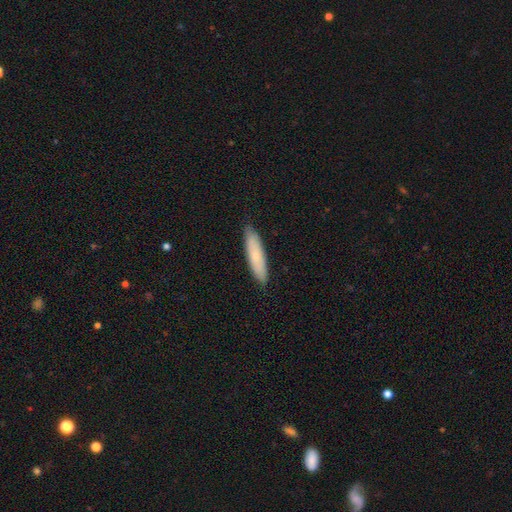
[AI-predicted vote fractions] Smooth or featured?
  - smooth: 73% *
  - featured or disk: 21%
  - star or artifact: 6%
How rounded?
  - cigar-shaped: 74% *
  - in between: 25%
  - round: 1%
Merging?
  - none: 87% *
  - minor disturbance: 11%
  - major disturbance: 2%
  - merger: 1%